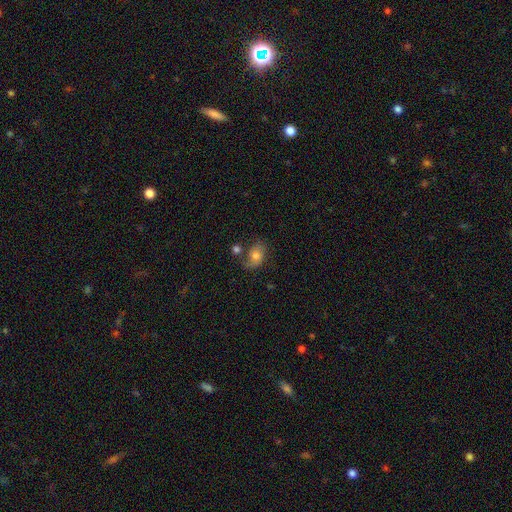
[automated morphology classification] Smooth or featured?
  - smooth: 57% *
  - featured or disk: 32%
  - star or artifact: 11%
How rounded?
  - in between: 68% *
  - round: 30%
  - cigar-shaped: 2%
Merging?
  - none: 46% *
  - minor disturbance: 23%
  - major disturbance: 16%
  - merger: 15%